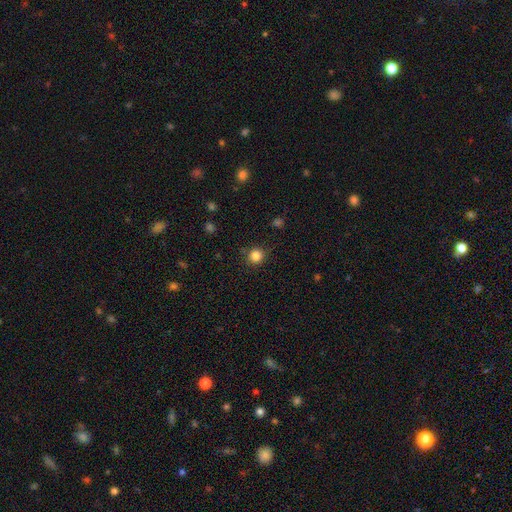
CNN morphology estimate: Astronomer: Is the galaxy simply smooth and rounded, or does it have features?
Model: smooth — 84%.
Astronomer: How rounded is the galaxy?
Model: round — 92%.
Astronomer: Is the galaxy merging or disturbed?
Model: none — 85%.